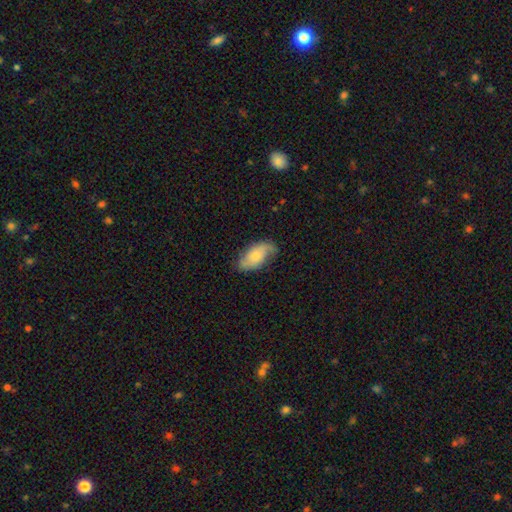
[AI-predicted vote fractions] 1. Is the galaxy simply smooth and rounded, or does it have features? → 47% featured or disk, 46% smooth, 6% star or artifact.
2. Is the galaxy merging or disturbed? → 67% none, 24% minor disturbance, 7% major disturbance, 1% merger.